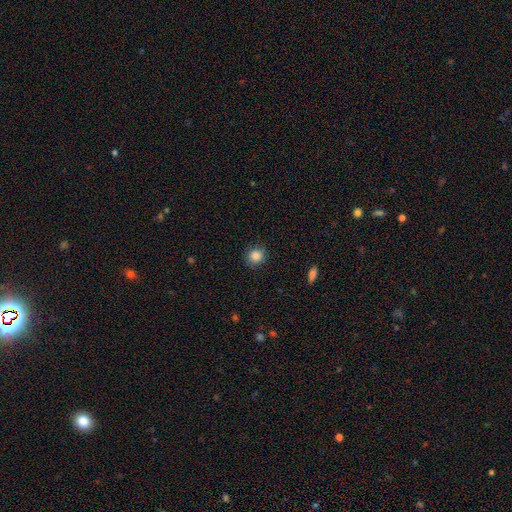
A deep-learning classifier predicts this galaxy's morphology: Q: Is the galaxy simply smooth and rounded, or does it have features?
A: smooth — 86%.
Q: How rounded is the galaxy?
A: round — 86%.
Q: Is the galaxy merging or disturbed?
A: none — 85%.